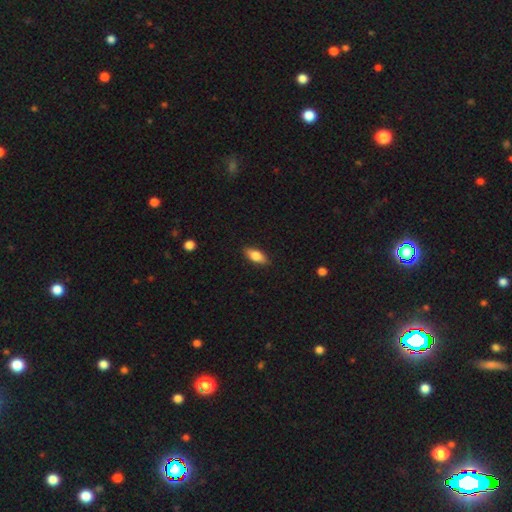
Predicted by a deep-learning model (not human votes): The model was most divided on "smooth or featured": smooth: 73%, featured or disk: 20%, star or artifact: 7%. More confident: merging — none (87%); how rounded — in between (80%).